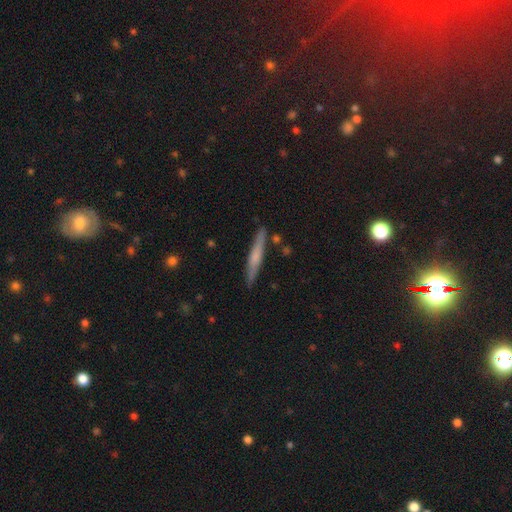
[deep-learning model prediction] This appears to be a featured or disk galaxy (48%). Merging: none (87%).